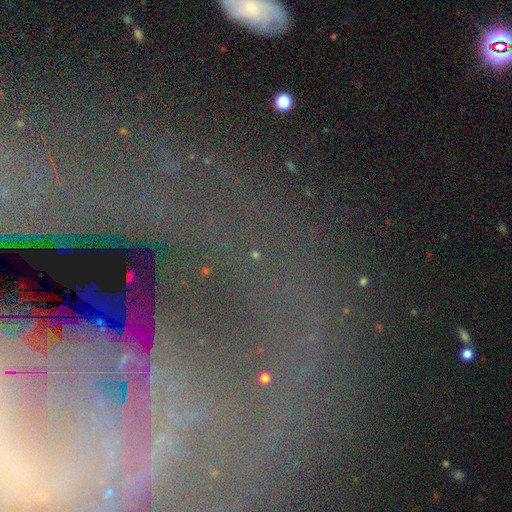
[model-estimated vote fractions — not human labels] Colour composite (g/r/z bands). It shows a featured or disk galaxy (45%). Merging: none (64%).